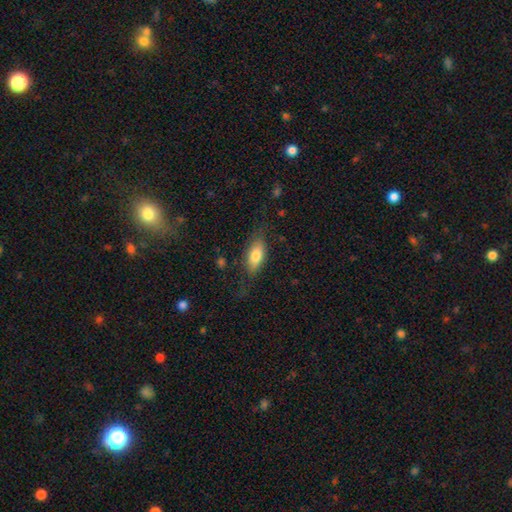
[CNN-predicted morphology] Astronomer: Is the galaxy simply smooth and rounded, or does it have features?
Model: smooth — 75%.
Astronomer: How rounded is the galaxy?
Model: in between — 81%.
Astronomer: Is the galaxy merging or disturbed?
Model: none — 74%.